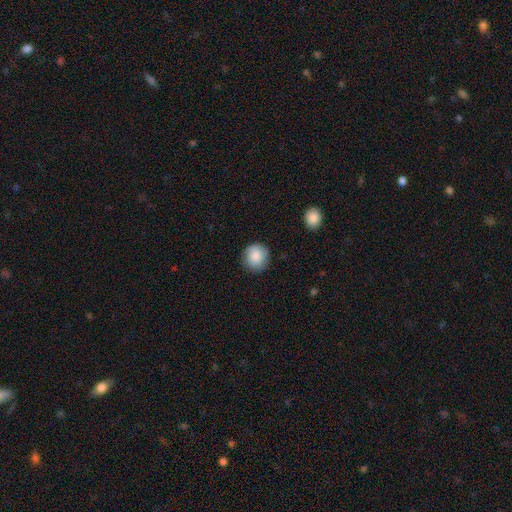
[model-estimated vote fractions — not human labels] smooth_or_featured: smooth (p=0.85) [alt: star or artifact p=0.07]
how_rounded: round (p=0.91) [alt: in between p=0.08]
merging: none (p=0.85) [alt: minor disturbance p=0.11]